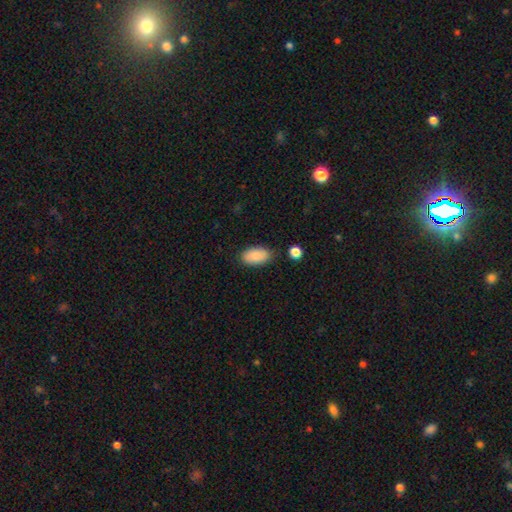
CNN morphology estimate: Smooth or featured: smooth — 89% (star or artifact — 7%)
How rounded: in between — 94% (round — 3%)
Merging: none — 83% (minor disturbance — 12%)